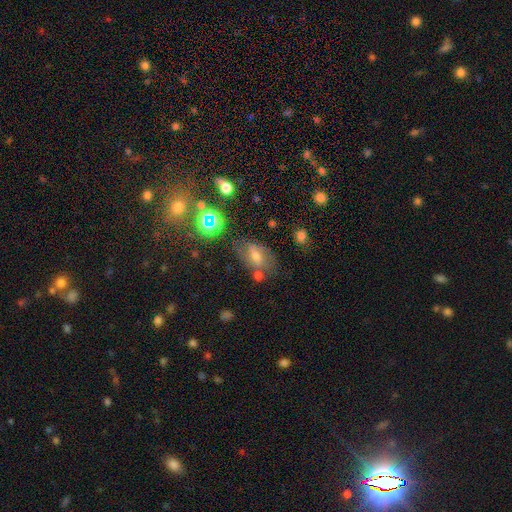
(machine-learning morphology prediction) Overall: smooth (41%; featured or disk 37%). Merging: none (60%; minor disturbance 21%).